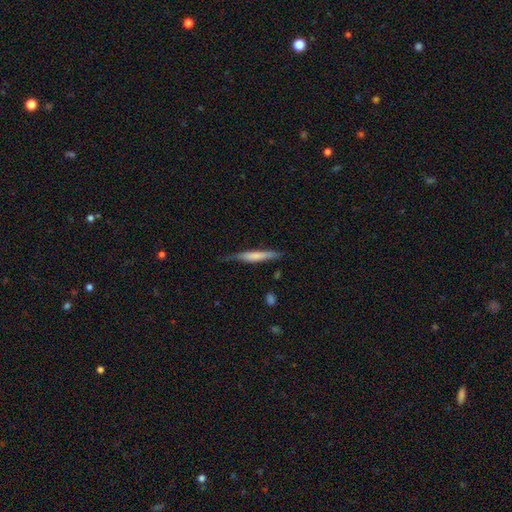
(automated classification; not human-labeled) smooth_or_featured: smooth (p=0.61) [alt: featured or disk p=0.33]
how_rounded: cigar-shaped (p=0.91) [alt: in between p=0.07]
merging: none (p=0.66) [alt: minor disturbance p=0.26]